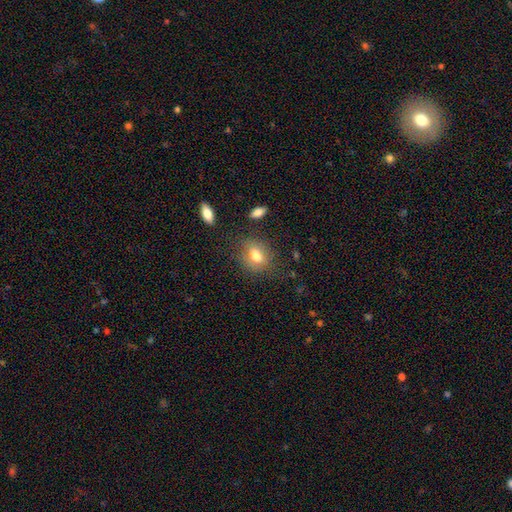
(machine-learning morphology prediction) This appears to be a smooth galaxy with no disk features (77%) that is in between round and cigar-shaped (52%). Merging: none (77%).